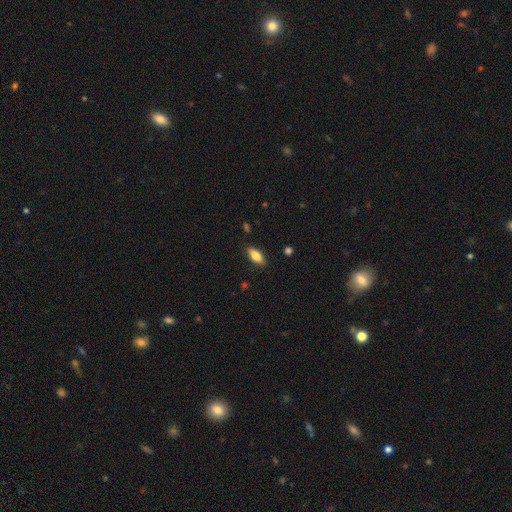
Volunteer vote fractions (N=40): Q: Smooth or featured?
A: smooth (75%); runner-up: featured or disk (12%)
Q: How rounded?
A: in between (70%); runner-up: cigar-shaped (27%)
Q: Merging?
A: none (80%); runner-up: minor disturbance (11%)